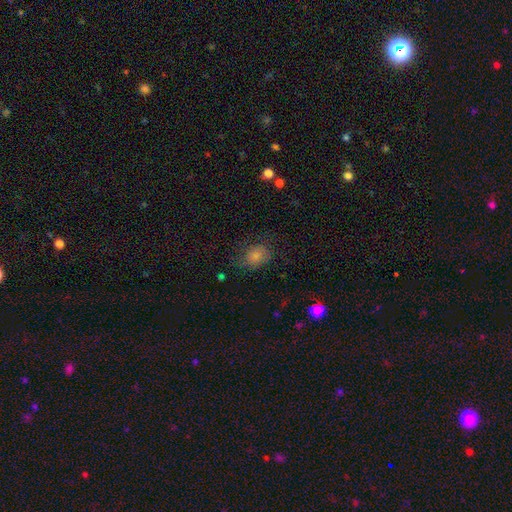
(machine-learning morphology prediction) Smooth or featured?
  - smooth: 60% *
  - featured or disk: 20%
  - star or artifact: 20%
How rounded?
  - in between: 53% *
  - round: 46%
  - cigar-shaped: 1%
Merging?
  - none: 68% *
  - minor disturbance: 20%
  - major disturbance: 11%
  - merger: 1%